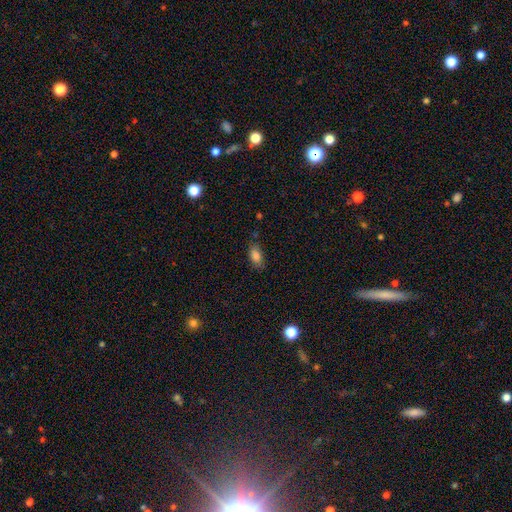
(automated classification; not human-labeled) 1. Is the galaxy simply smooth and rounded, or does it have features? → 84% smooth, 9% star or artifact, 7% featured or disk.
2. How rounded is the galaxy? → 89% in between, 6% cigar-shaped, 5% round.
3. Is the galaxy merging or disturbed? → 78% none, 17% minor disturbance, 4% major disturbance, 2% merger.